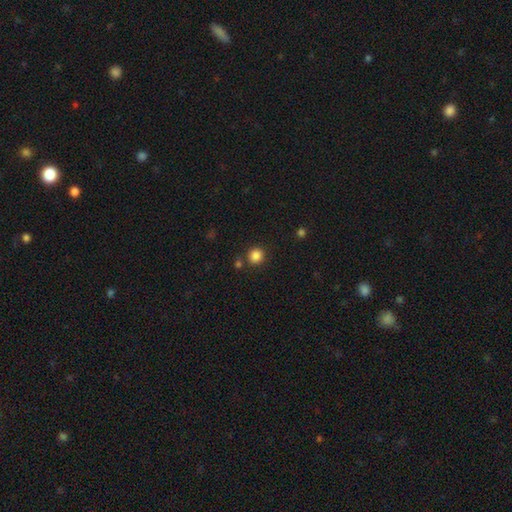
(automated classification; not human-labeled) Morphology: type=smooth (85%); roundness=round (90%); merging=none (84%).